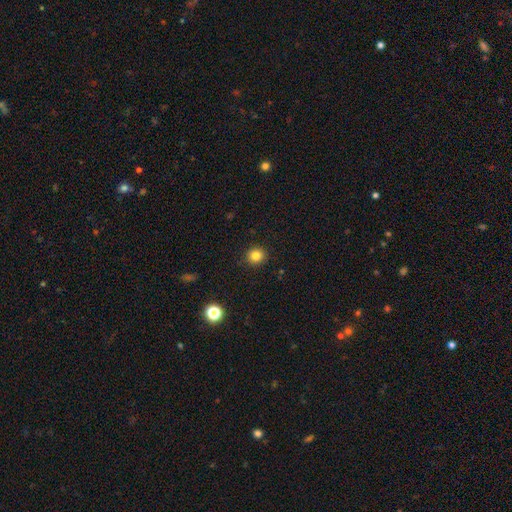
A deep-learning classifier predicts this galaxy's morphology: smooth_or_featured: smooth (p=0.82) [alt: star or artifact p=0.12]
how_rounded: round (p=0.89) [alt: in between p=0.10]
merging: none (p=0.92) [alt: minor disturbance p=0.06]